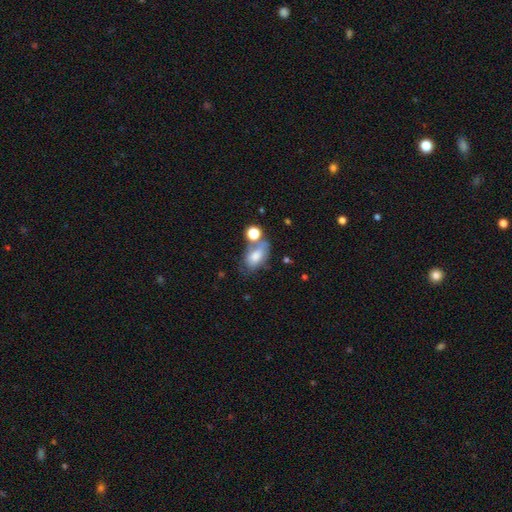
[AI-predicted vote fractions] This is likely a smooth galaxy (73%). How rounded: clearly in between (86%). Merging: marginally none (37%).